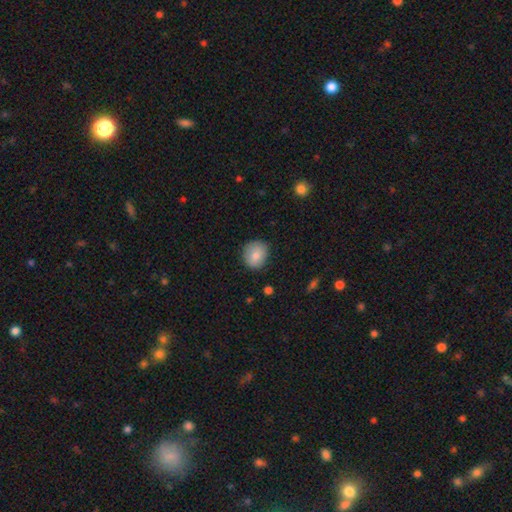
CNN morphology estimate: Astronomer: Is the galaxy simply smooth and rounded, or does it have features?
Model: smooth — 82%.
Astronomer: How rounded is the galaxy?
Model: round — 80%.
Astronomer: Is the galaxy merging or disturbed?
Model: none — 83%.